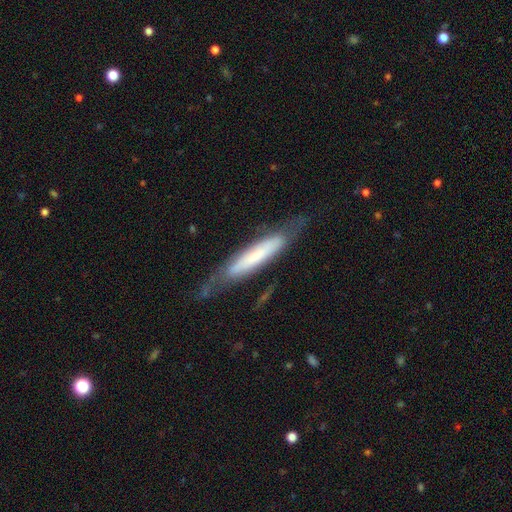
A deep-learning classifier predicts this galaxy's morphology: Q: Smooth or featured?
A: featured or disk (50%); runner-up: smooth (44%)
Q: Merging?
A: none (66%); runner-up: minor disturbance (21%)